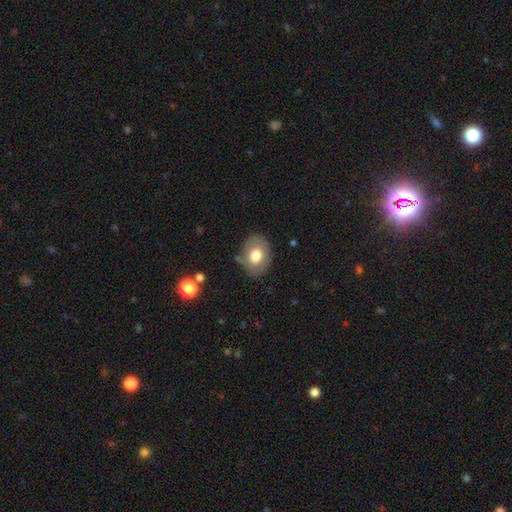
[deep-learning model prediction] A smooth galaxy with no disk features (69%) that is in between round and cigar-shaped (64%).

Vote fractions:
- Smooth or featured? smooth: 69% / featured or disk: 23% / star or artifact: 8%
- How rounded? in between: 64% / round: 35% / cigar-shaped: 1%
- Merging? none: 76% / minor disturbance: 17% / major disturbance: 5% / merger: 2%